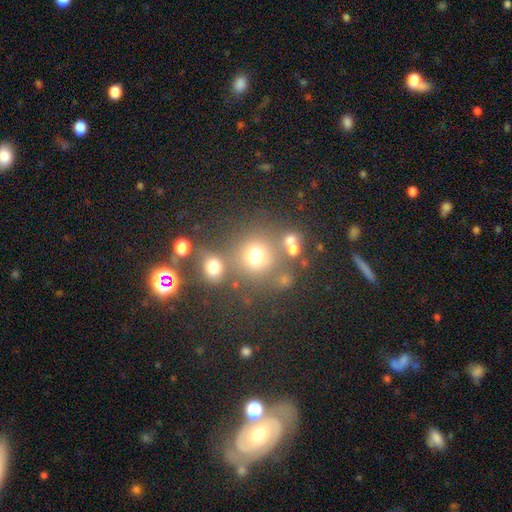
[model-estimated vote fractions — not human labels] This is likely a smooth galaxy (71%). How rounded: clearly round (86%). Merging: likely none (60%).